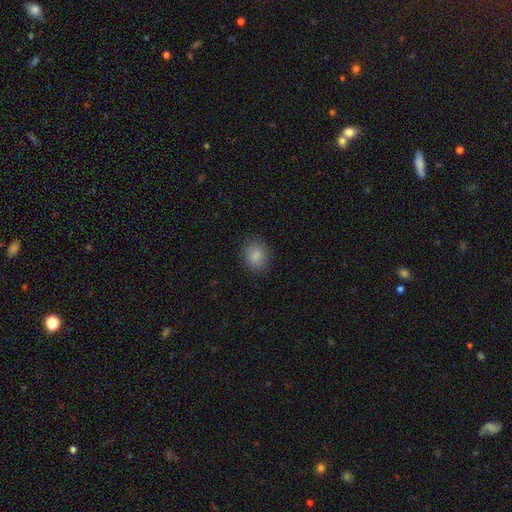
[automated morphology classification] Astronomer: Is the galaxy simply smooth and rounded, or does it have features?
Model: smooth — 86%.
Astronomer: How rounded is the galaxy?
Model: round — 57% (runner-up: in between, 41%).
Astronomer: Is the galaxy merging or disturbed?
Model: none — 86%.